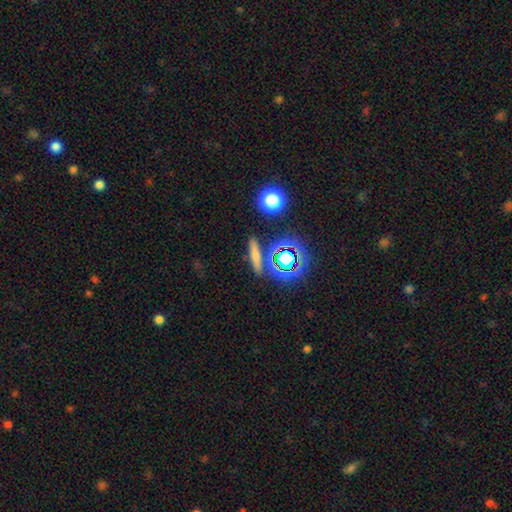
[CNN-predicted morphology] A smooth galaxy with no disk features (59%) that is cigar-shaped (72%). Merging: none (83%).